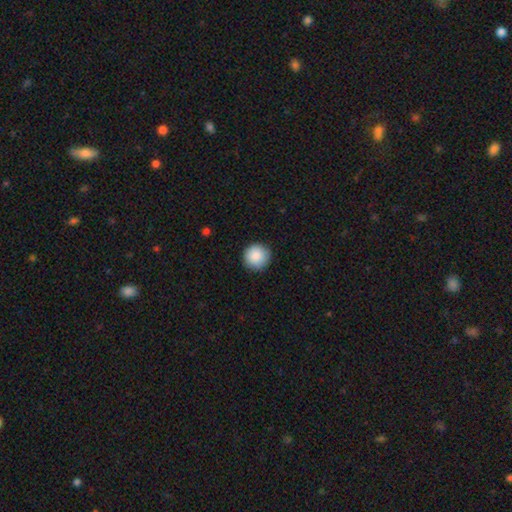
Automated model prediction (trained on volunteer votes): The model was most divided on "smooth or featured": smooth: 88%, star or artifact: 8%, featured or disk: 4%. More confident: how rounded — round (95%); merging — none (90%).